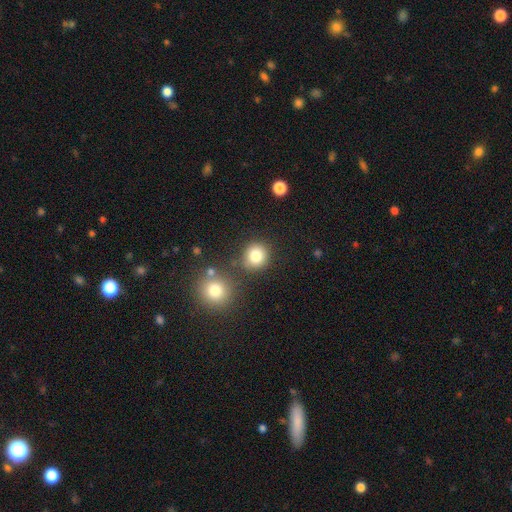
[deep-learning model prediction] This is clearly a smooth galaxy (82%). How rounded: clearly round (87%). Merging: likely none (78%).